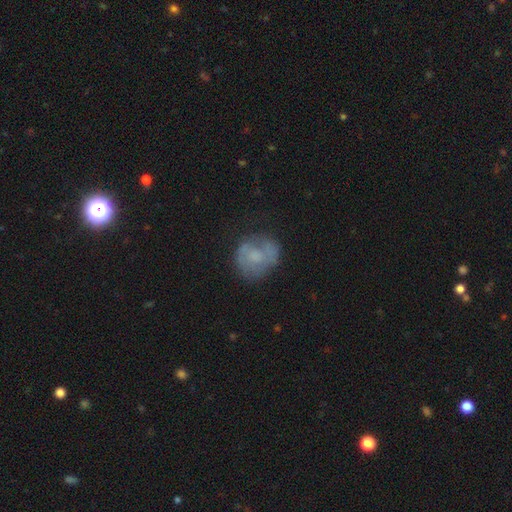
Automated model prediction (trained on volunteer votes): smooth_or_featured: smooth (p=0.47) [alt: featured or disk p=0.43]
merging: none (p=0.61) [alt: minor disturbance p=0.23]